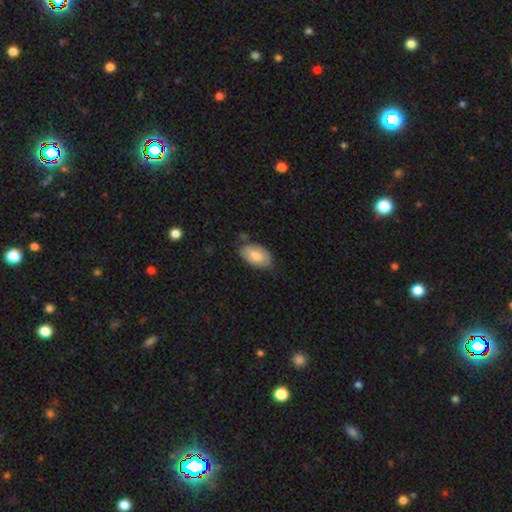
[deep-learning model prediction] This is likely a smooth galaxy (78%). How rounded: clearly in between (94%). Merging: likely none (73%).